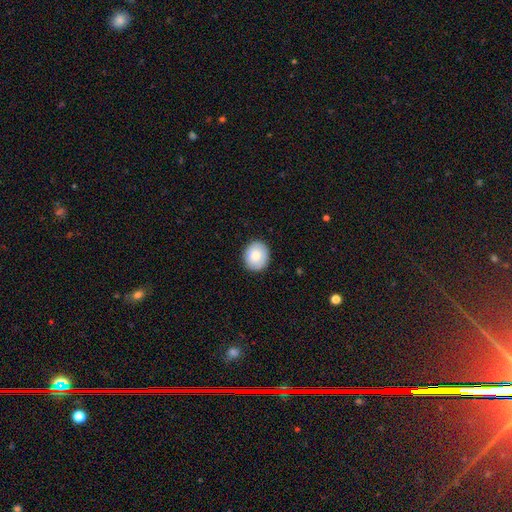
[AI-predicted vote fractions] Smooth or featured? Predicted: smooth (p=0.77). How rounded? Predicted: round (p=0.71). Merging? Predicted: none (p=0.87).